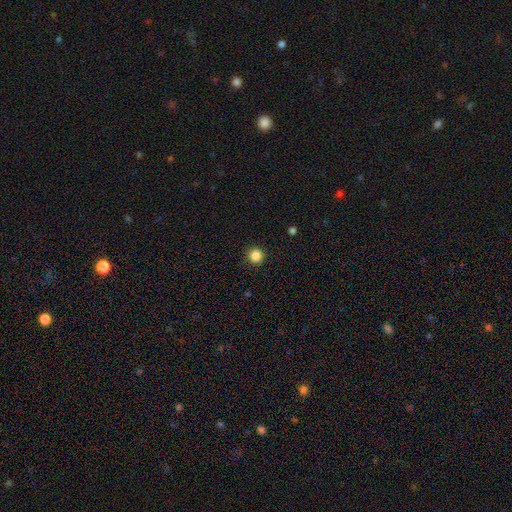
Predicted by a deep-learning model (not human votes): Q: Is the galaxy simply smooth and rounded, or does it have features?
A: smooth — 85%.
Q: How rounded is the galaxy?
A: round — 95%.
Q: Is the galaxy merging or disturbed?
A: none — 93%.